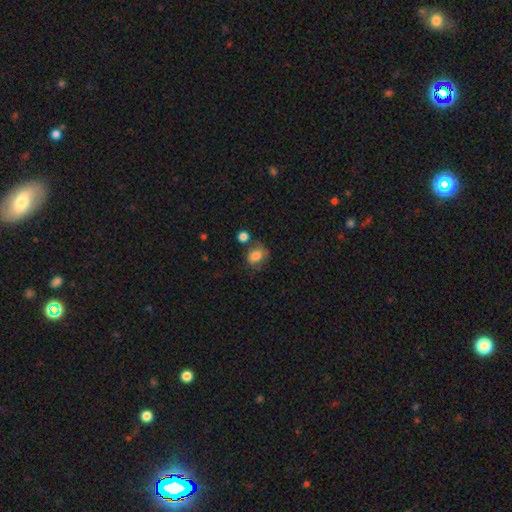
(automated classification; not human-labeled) A smooth galaxy with no disk features (78%) that is in between round and cigar-shaped (56%).

Vote fractions:
- Smooth or featured? smooth: 78% / featured or disk: 12% / star or artifact: 10%
- How rounded? in between: 56% / round: 43% / cigar-shaped: 1%
- Merging? none: 55% / minor disturbance: 22% / merger: 14% / major disturbance: 9%